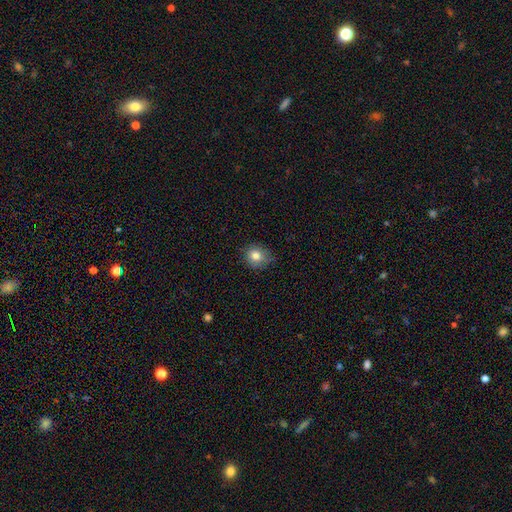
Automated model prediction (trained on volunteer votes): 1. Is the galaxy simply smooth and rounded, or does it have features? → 81% smooth, 11% star or artifact, 8% featured or disk.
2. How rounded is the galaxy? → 80% round, 19% in between, 1% cigar-shaped.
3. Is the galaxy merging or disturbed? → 75% none, 20% minor disturbance, 4% major disturbance, 1% merger.